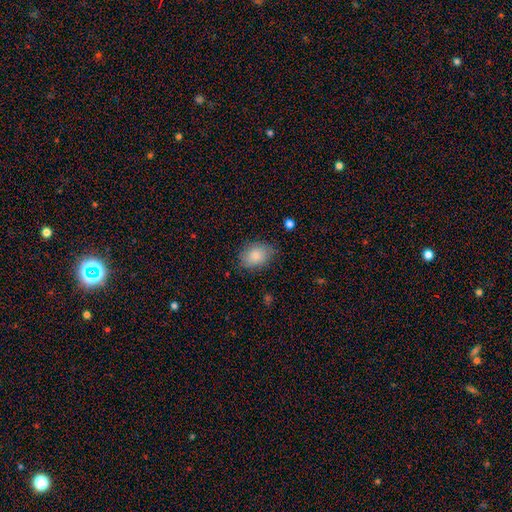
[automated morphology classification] Smooth or featured?
  - smooth: 85% *
  - featured or disk: 8%
  - star or artifact: 7%
How rounded?
  - in between: 73% *
  - round: 26%
  - cigar-shaped: 1%
Merging?
  - none: 77% *
  - minor disturbance: 18%
  - major disturbance: 4%
  - merger: 1%